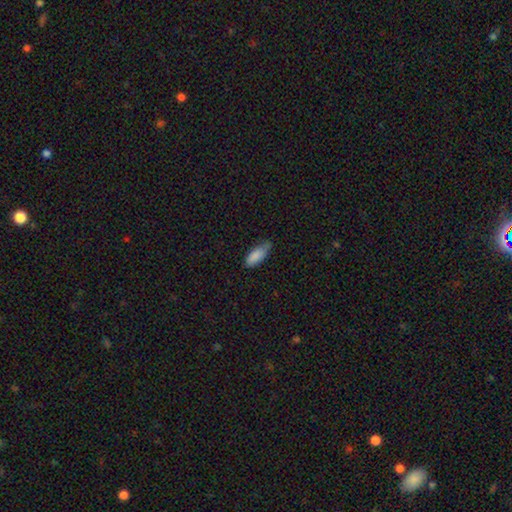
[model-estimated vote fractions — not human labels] Smooth or featured? smooth (87%)
How rounded? in between (79%)
Merging? none (53%)